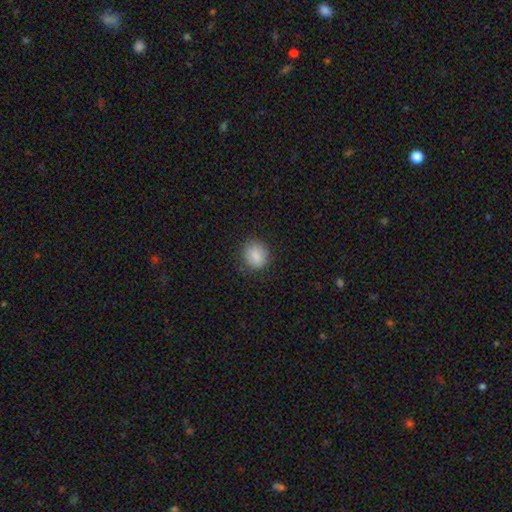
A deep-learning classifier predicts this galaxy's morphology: smooth-or-featured: smooth: 87% | star or artifact: 8% | featured or disk: 5%
  how-rounded: round: 77% | in between: 22% | cigar-shaped: 1%
  merging: none: 84% | minor disturbance: 12% | major disturbance: 4% | merger: 1%